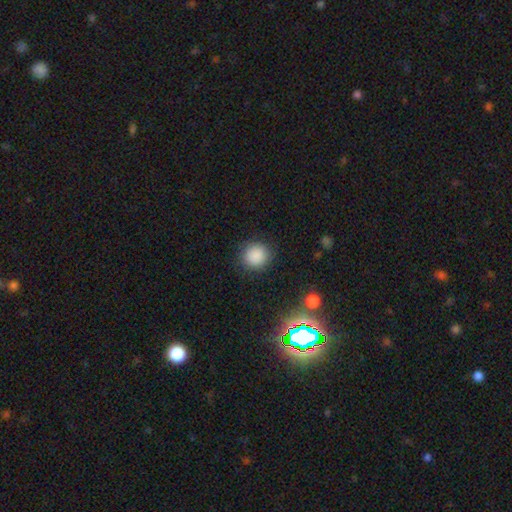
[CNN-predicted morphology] Smooth or featured?
  - smooth: 86% *
  - star or artifact: 10%
  - featured or disk: 3%
How rounded?
  - round: 88% *
  - in between: 11%
  - cigar-shaped: 1%
Merging?
  - none: 88% *
  - minor disturbance: 8%
  - major disturbance: 3%
  - merger: 1%